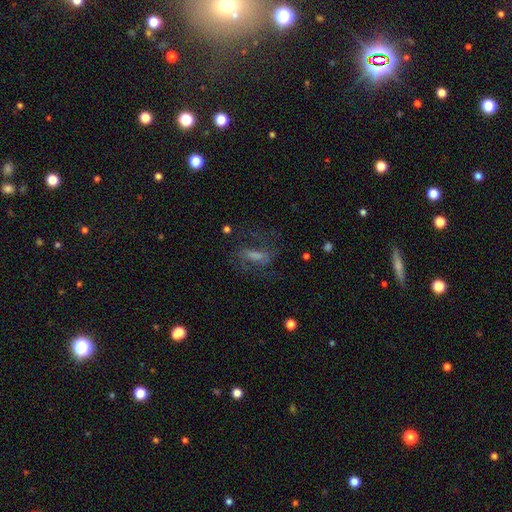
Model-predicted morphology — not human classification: type=featured or disk (54%); edge-on=no (90%); merging=none (55%).